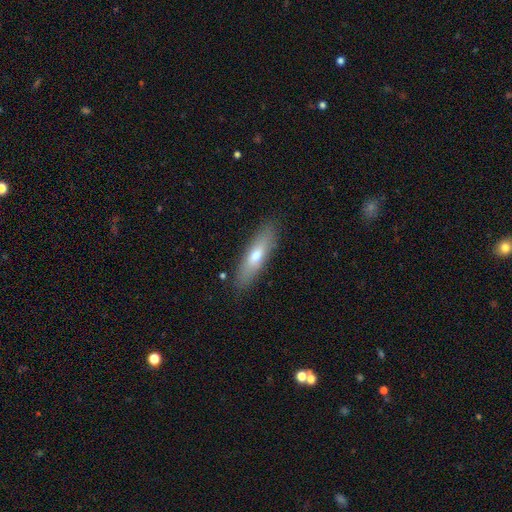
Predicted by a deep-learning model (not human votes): This is likely a smooth galaxy (63%). How rounded: likely cigar-shaped (62%). Merging: clearly none (87%).